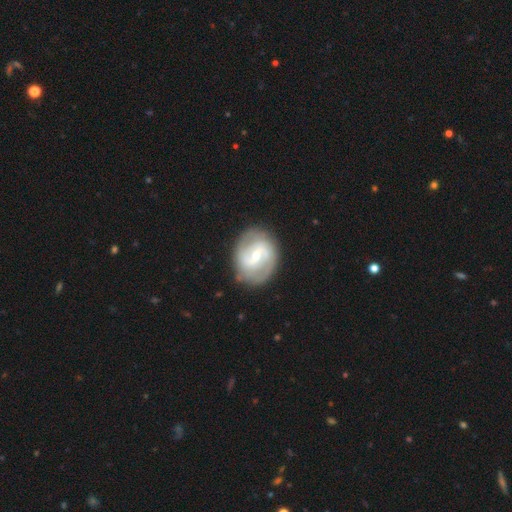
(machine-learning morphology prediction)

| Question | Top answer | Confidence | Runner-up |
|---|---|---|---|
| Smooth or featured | featured or disk | 80% | smooth (15%) |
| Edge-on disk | no | 97% | yes (3%) |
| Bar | weak | 50% | no (27%) |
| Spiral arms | yes | 90% | no (10%) |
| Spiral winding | medium | 46% | tight (33%) |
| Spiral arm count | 2 | 80% | can't tell (10%) |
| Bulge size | small | 59% | moderate (37%) |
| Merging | none | 80% | minor disturbance (13%) |